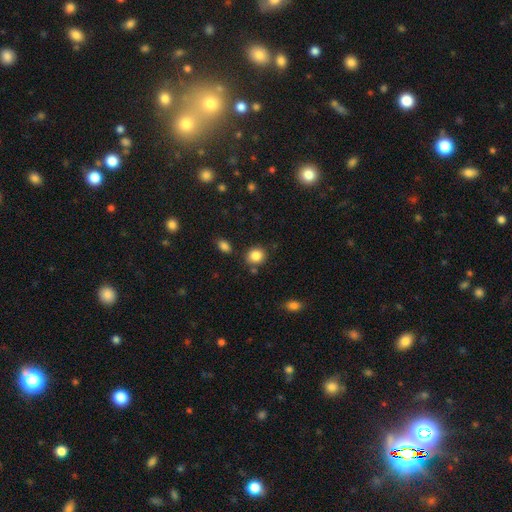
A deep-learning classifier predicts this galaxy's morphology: smooth-or-featured: smooth: 86% | star or artifact: 10% | featured or disk: 5%
  how-rounded: round: 76% | in between: 23% | cigar-shaped: 1%
  merging: none: 79% | minor disturbance: 11% | merger: 7% | major disturbance: 3%